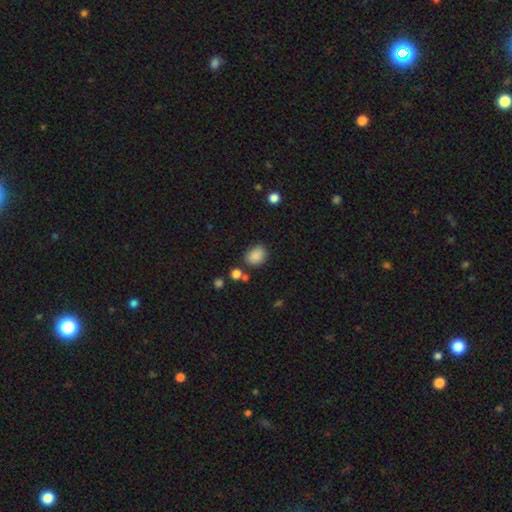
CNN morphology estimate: Smooth or featured?
  - smooth: 87% *
  - star or artifact: 9%
  - featured or disk: 4%
How rounded?
  - in between: 61% *
  - round: 38%
  - cigar-shaped: 1%
Merging?
  - none: 75% *
  - minor disturbance: 15%
  - merger: 6%
  - major disturbance: 4%